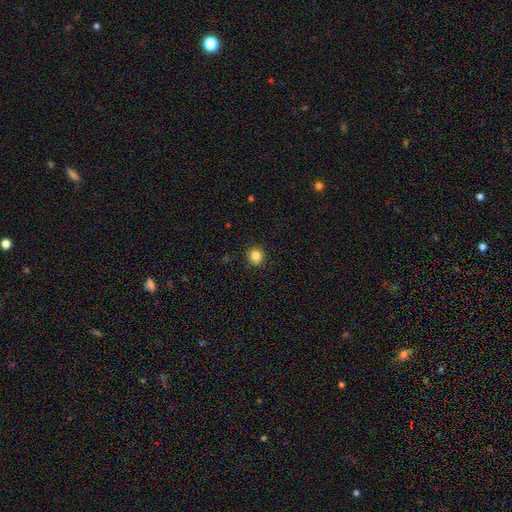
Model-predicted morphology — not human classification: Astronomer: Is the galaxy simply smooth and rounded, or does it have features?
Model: smooth — 84%.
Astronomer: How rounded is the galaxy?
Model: round — 91%.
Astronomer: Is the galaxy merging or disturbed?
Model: none — 91%.